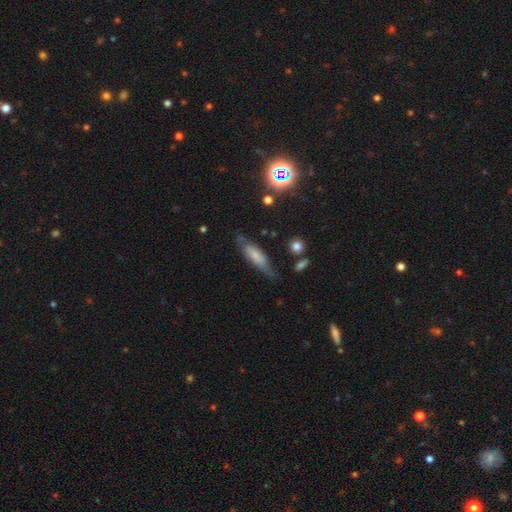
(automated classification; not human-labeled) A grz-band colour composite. It shows a smooth galaxy with no disk features (56%) that is cigar-shaped (56%). Merging: none (65%).